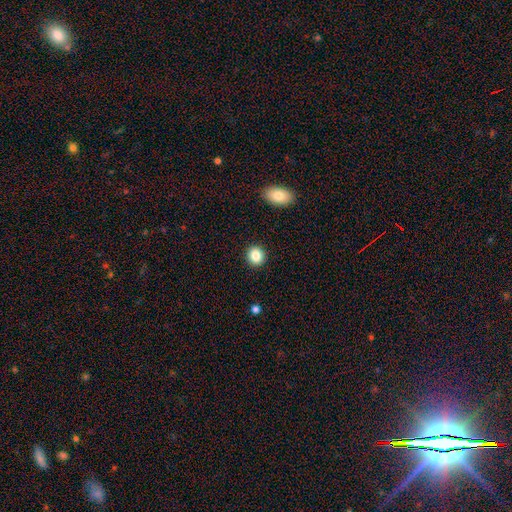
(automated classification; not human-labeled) smooth-or-featured: smooth: 84% | star or artifact: 10% | featured or disk: 6%
  how-rounded: round: 82% | in between: 17% | cigar-shaped: 1%
  merging: none: 91% | minor disturbance: 6% | major disturbance: 2% | merger: 2%